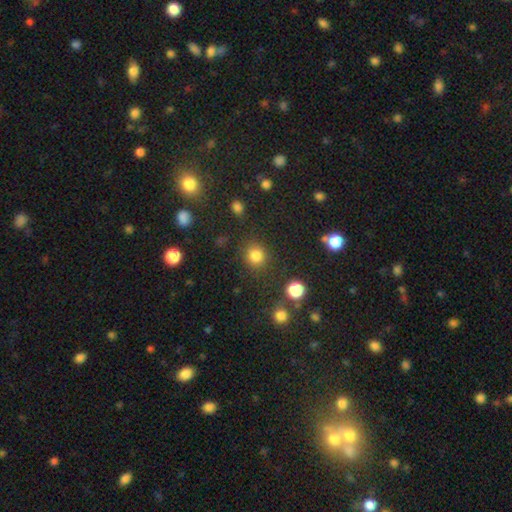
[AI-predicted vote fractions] The model was most divided on "smooth or featured": smooth: 81%, star or artifact: 14%, featured or disk: 4%. More confident: how rounded — round (90%); merging — none (84%).